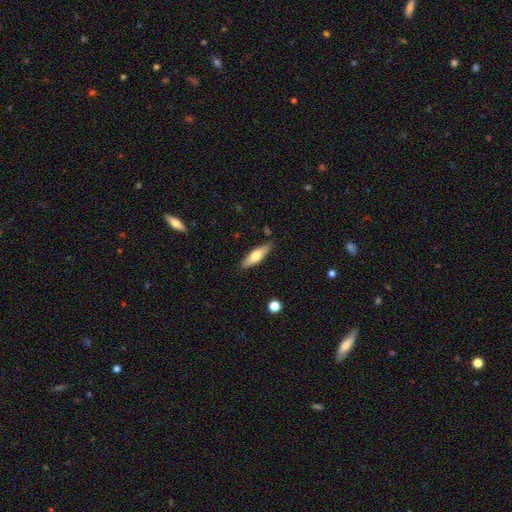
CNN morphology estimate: Smooth or featured?
  - smooth: 55% *
  - featured or disk: 39%
  - star or artifact: 6%
How rounded?
  - cigar-shaped: 61% *
  - in between: 37%
  - round: 2%
Merging?
  - none: 84% *
  - minor disturbance: 12%
  - major disturbance: 2%
  - merger: 2%